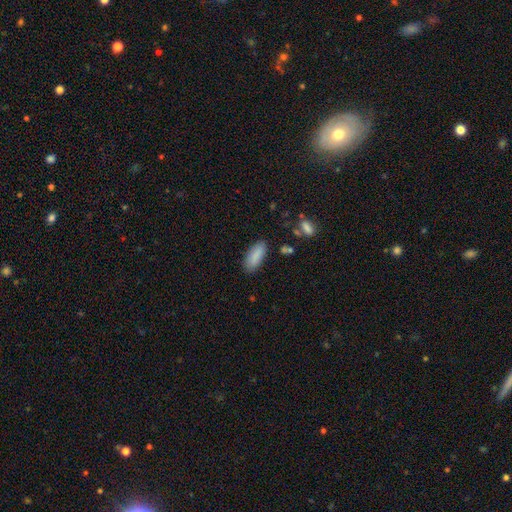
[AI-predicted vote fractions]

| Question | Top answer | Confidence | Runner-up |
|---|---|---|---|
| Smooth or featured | smooth | 87% | star or artifact (7%) |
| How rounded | in between | 79% | cigar-shaped (19%) |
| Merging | none | 83% | minor disturbance (13%) |